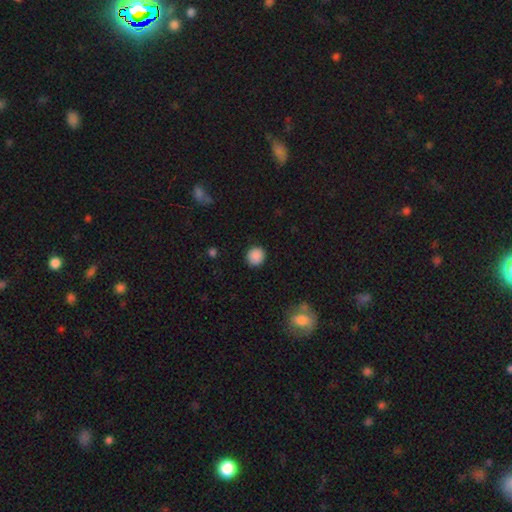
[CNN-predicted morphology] A smooth galaxy with no disk features (88%) that is round (88%). Merging: none (90%).